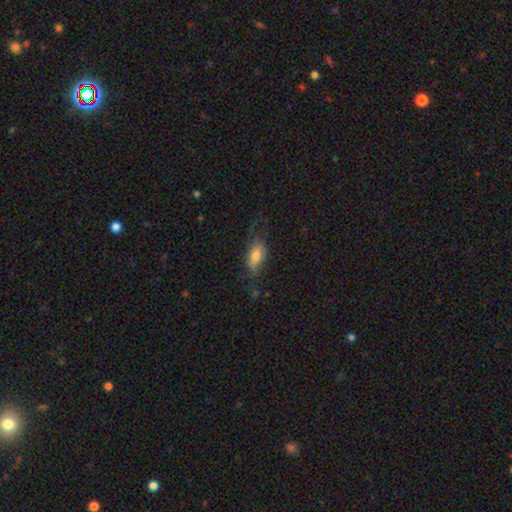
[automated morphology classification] A smooth galaxy with no disk features (68%) that is in between round and cigar-shaped (86%).

Vote fractions:
- Smooth or featured? smooth: 68% / featured or disk: 24% / star or artifact: 8%
- How rounded? in between: 86% / cigar-shaped: 9% / round: 5%
- Merging? none: 52% / minor disturbance: 27% / major disturbance: 19% / merger: 2%